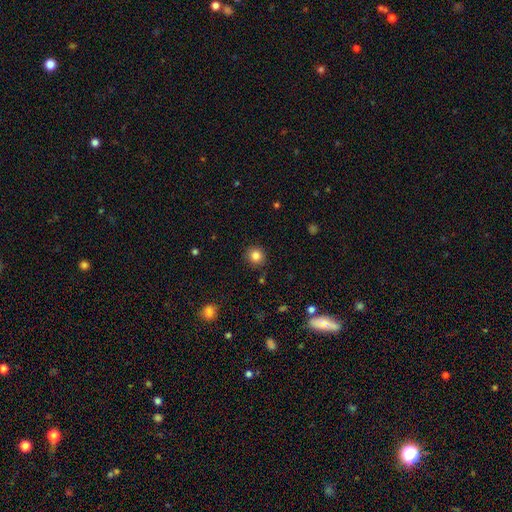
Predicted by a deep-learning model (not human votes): This appears to be a smooth galaxy with no disk features (85%) that is round (91%). Merging: none (89%).